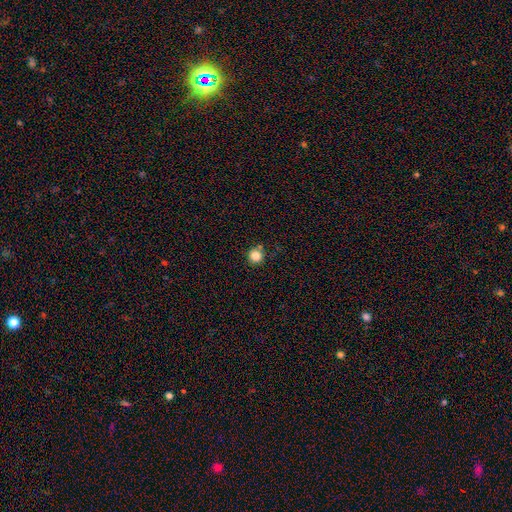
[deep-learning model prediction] smooth_or_featured: smooth (p=0.83) [alt: star or artifact p=0.12]
how_rounded: round (p=0.95) [alt: in between p=0.04]
merging: none (p=0.82) [alt: minor disturbance p=0.08]